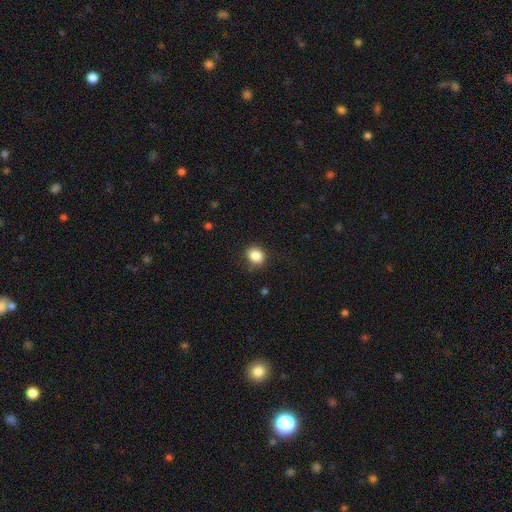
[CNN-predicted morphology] Overall: smooth (86%). How rounded: round (68%; in between 31%). Merging: none (83%).